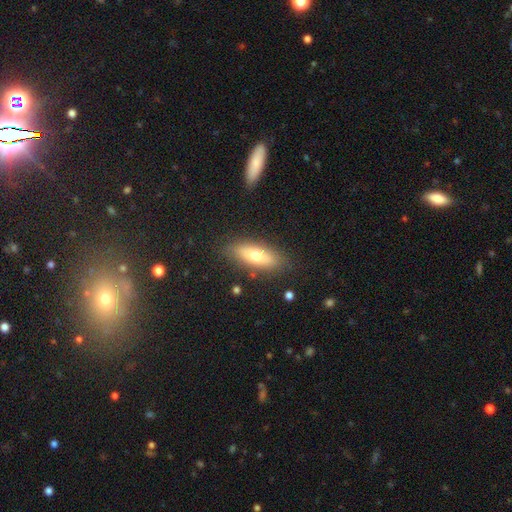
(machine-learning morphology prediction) Smooth or featured? Predicted: smooth (p=0.66). How rounded? Predicted: in between (p=0.63). Merging? Predicted: none (p=0.84).